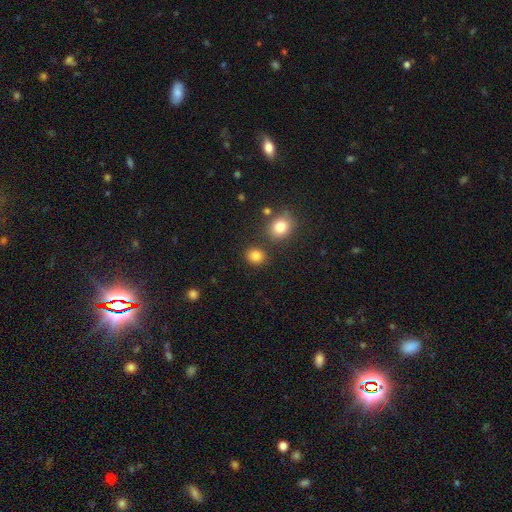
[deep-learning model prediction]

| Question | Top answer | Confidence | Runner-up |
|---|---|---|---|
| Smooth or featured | smooth | 84% | star or artifact (11%) |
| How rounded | round | 72% | in between (27%) |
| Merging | none | 82% | minor disturbance (8%) |